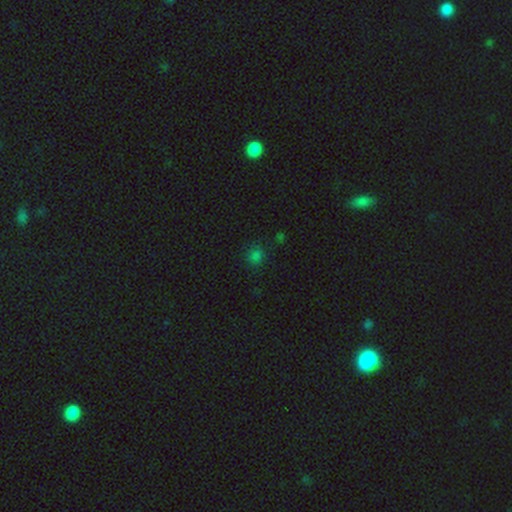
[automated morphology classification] type=smooth (74%); roundness=round (79%); merging=none (82%).